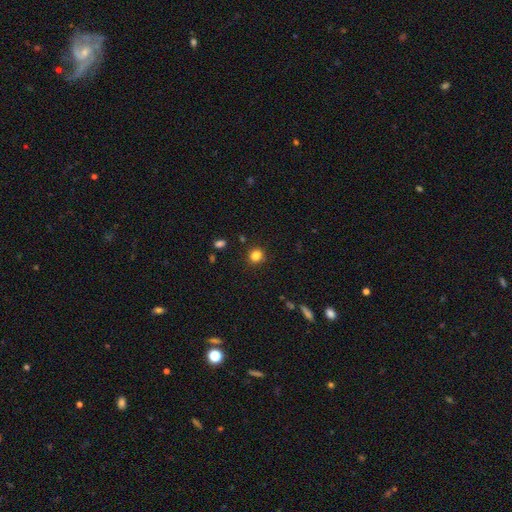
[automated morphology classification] Smooth or featured? Predicted: smooth (p=0.83). How rounded? Predicted: round (p=0.77). Merging? Predicted: none (p=0.87).